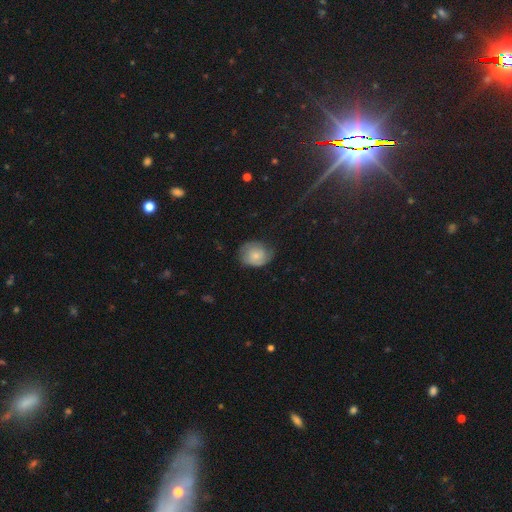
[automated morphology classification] Smooth or featured?
  - smooth: 55% *
  - featured or disk: 37%
  - star or artifact: 8%
How rounded?
  - round: 53% *
  - in between: 46%
  - cigar-shaped: 1%
Merging?
  - none: 63% *
  - minor disturbance: 27%
  - major disturbance: 9%
  - merger: 1%